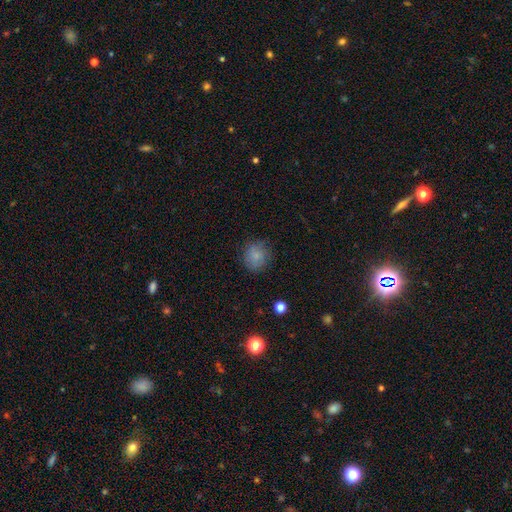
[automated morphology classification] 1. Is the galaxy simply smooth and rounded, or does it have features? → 80% smooth, 10% featured or disk, 10% star or artifact.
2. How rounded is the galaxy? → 86% round, 13% in between, 1% cigar-shaped.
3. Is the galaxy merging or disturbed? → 80% none, 14% minor disturbance, 5% major disturbance, 1% merger.